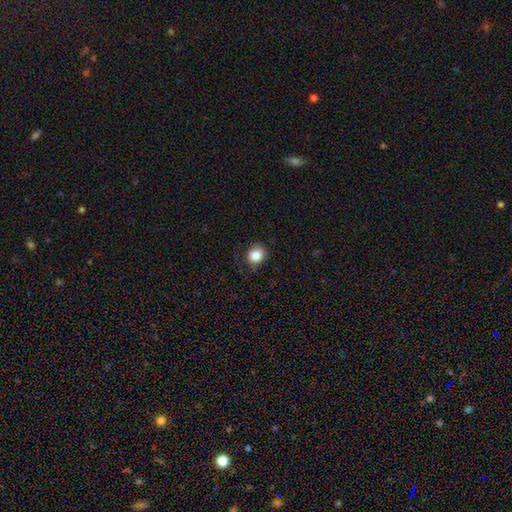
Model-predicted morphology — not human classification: smooth-or-featured: smooth: 84% | star or artifact: 10% | featured or disk: 6%
  how-rounded: round: 77% | in between: 22% | cigar-shaped: 1%
  merging: none: 83% | minor disturbance: 13% | major disturbance: 3% | merger: 1%